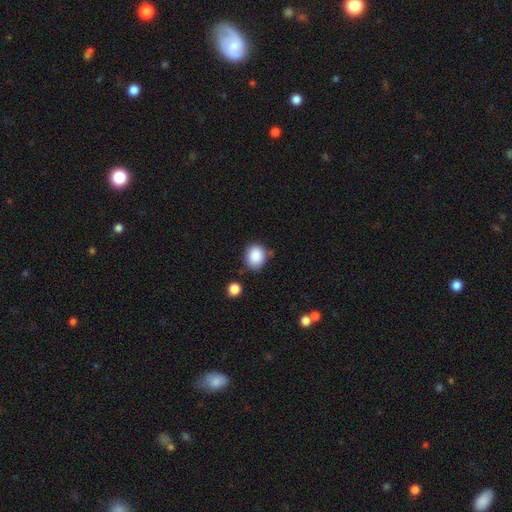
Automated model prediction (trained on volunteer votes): This is clearly a smooth galaxy (88%). How rounded: likely round (67%). Merging: likely none (76%).